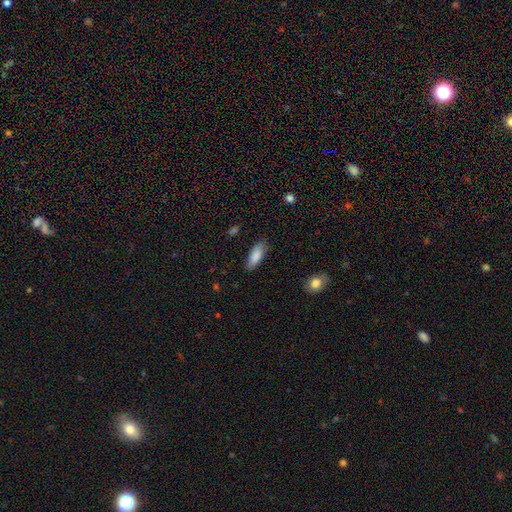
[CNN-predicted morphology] This is clearly a smooth galaxy (87%). How rounded: likely in between (73%). Merging: clearly none (83%).